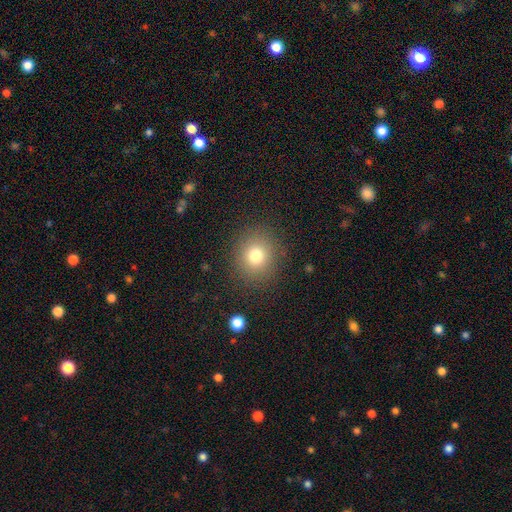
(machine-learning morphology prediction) smooth_or_featured: smooth (p=0.77) [alt: star or artifact p=0.13]
how_rounded: round (p=0.81) [alt: in between p=0.18]
merging: none (p=0.87) [alt: minor disturbance p=0.08]